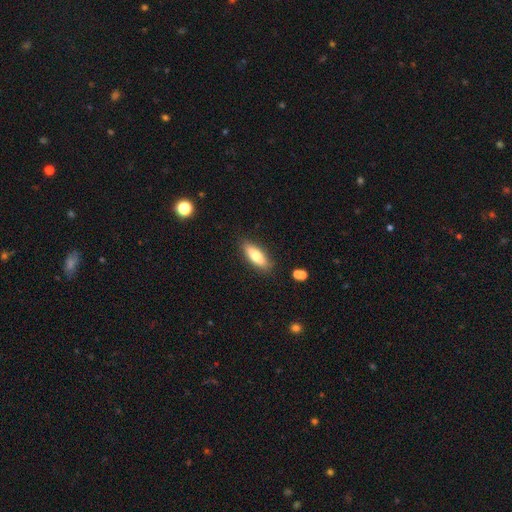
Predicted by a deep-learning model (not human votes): Q: Smooth or featured?
A: smooth (74%); runner-up: featured or disk (20%)
Q: How rounded?
A: in between (59%); runner-up: cigar-shaped (39%)
Q: Merging?
A: none (85%); runner-up: minor disturbance (10%)